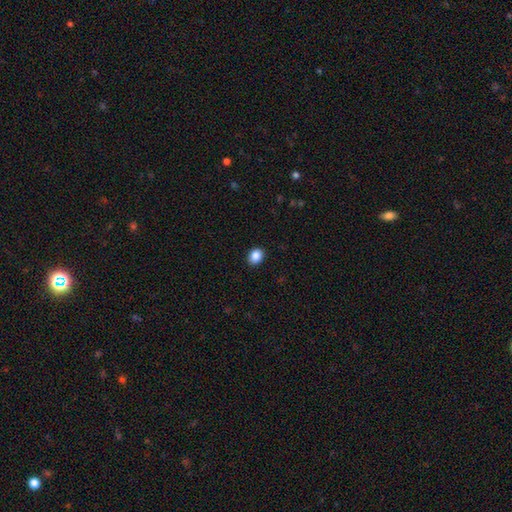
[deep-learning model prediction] The model was most divided on "how rounded": round: 51%, in between: 48%, cigar-shaped: 1%. More confident: merging — none (90%); smooth or featured — smooth (88%).